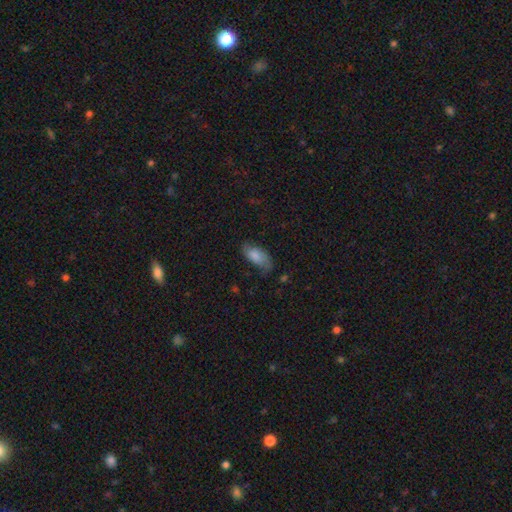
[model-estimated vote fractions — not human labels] Overall: smooth (71%). How rounded: in between (90%). Merging: none (56%; minor disturbance 29%).